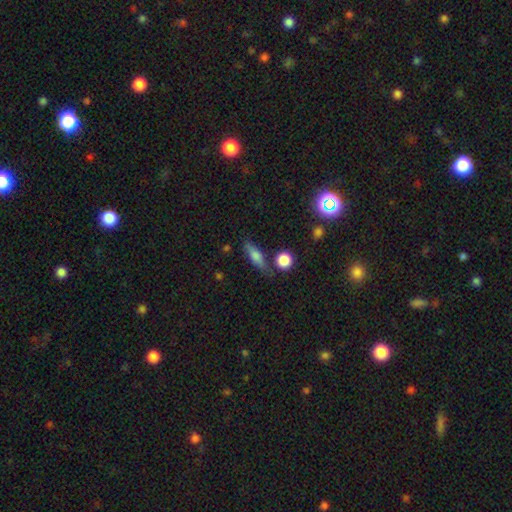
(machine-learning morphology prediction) Smooth or featured? smooth (63%)
How rounded? cigar-shaped (52%)
Merging? none (73%)